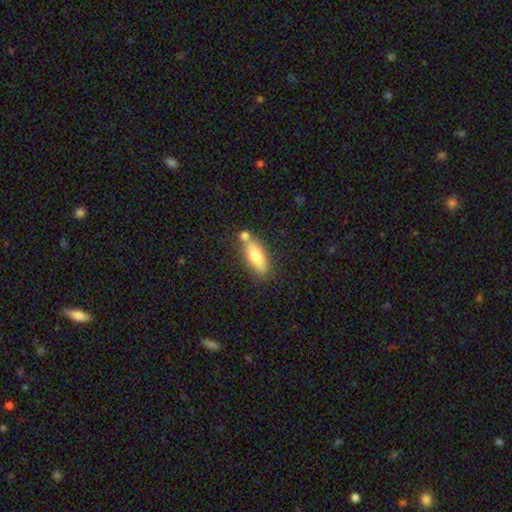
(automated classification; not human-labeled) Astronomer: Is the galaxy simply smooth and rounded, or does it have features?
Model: smooth — 75%.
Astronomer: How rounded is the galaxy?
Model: in between — 65%.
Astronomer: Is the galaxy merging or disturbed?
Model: none — 69%.